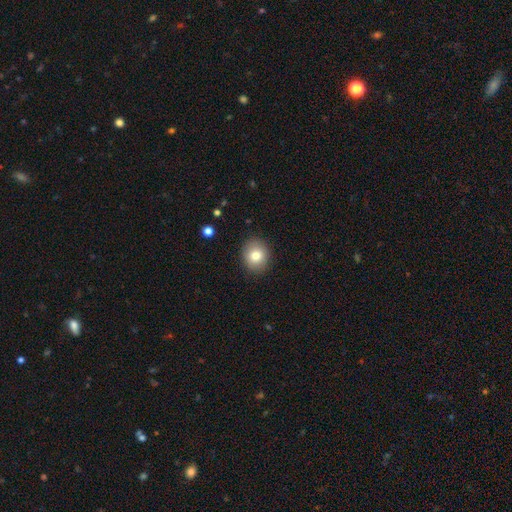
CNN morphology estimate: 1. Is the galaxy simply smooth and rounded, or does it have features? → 80% smooth, 11% featured or disk, 9% star or artifact.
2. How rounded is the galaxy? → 72% round, 27% in between, 1% cigar-shaped.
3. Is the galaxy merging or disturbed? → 89% none, 8% minor disturbance, 2% major disturbance, 1% merger.